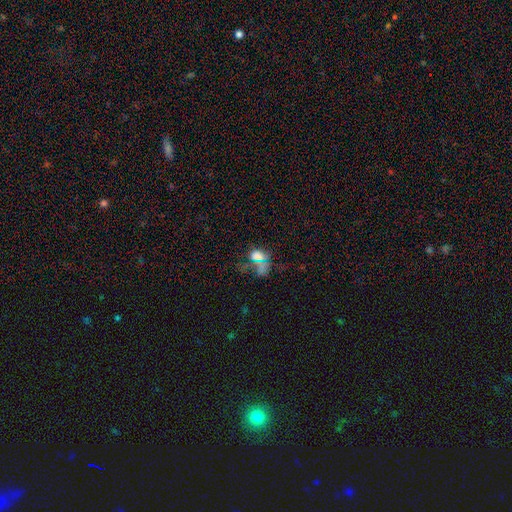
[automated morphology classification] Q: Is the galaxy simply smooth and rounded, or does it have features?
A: smooth — 46%.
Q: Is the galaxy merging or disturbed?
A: none — 40%.